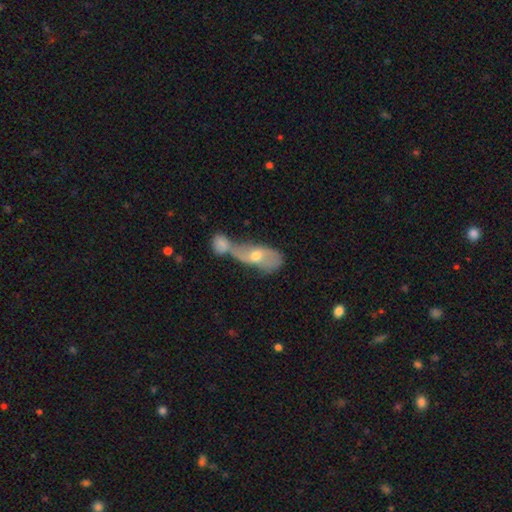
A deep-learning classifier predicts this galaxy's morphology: Smooth or featured: featured or disk — 60% (smooth — 31%)
Edge-on disk: no — 87% (yes — 13%)
Bar: no — 62% (weak — 29%)
Spiral arms: yes — 64% (no — 36%)
Bulge size: moderate — 61% (small — 33%)
Merging: merger — 68% (none — 17%)